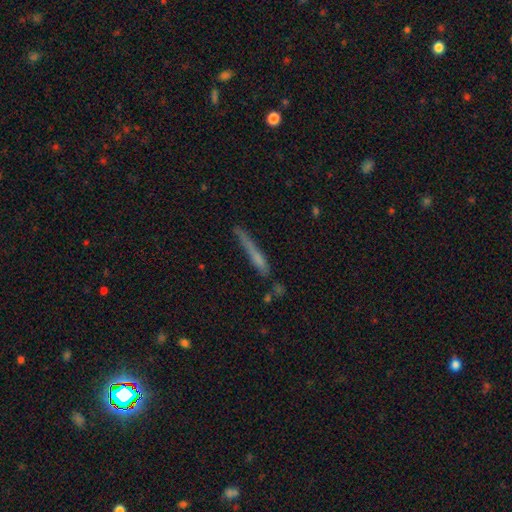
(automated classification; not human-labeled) The model was most divided on "smooth or featured": smooth: 57%, featured or disk: 33%, star or artifact: 10%. More confident: how rounded — cigar-shaped (94%); merging — none (61%).